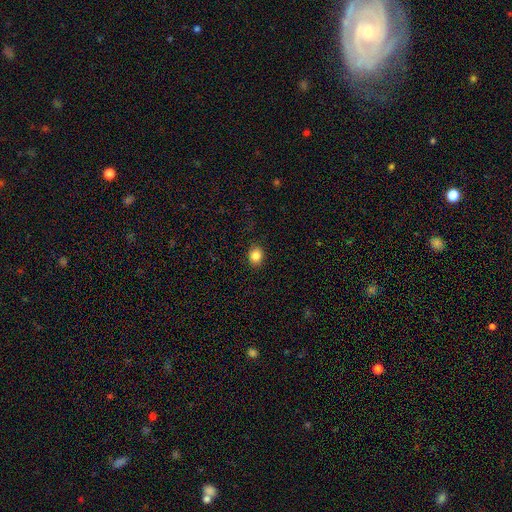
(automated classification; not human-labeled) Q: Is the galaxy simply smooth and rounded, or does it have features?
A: smooth — 85%.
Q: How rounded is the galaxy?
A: round — 60%.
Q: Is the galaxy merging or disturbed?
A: none — 89%.